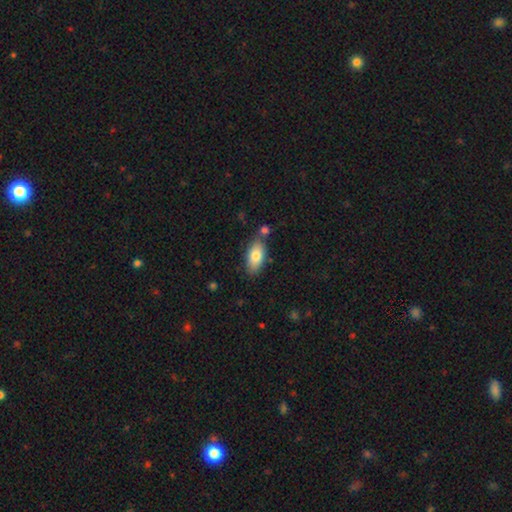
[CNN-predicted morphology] smooth 79%, featured or disk 14%, star or artifact 7%. Down the decision tree: how rounded — in between (91%); merging — none (71%).